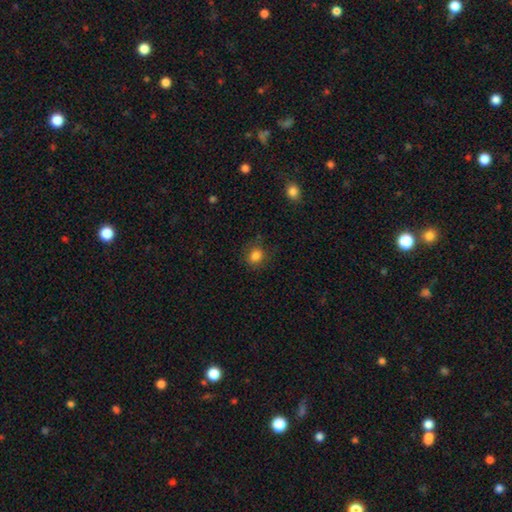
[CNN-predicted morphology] smooth 83%, star or artifact 12%, featured or disk 5%. Down the decision tree: how rounded — round (66%); merging — none (81%).